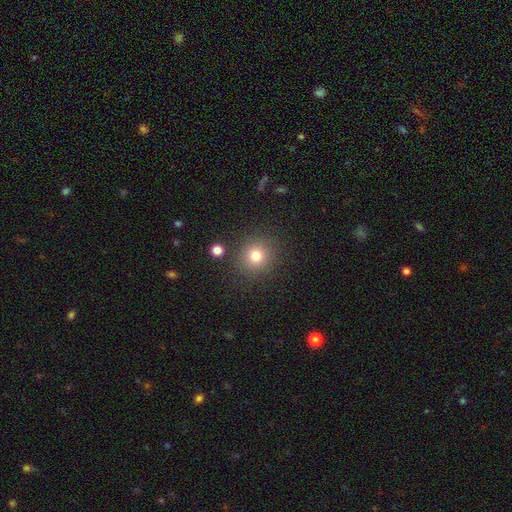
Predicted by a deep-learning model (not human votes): Smooth or featured? smooth (78%)
How rounded? round (90%)
Merging? none (87%)